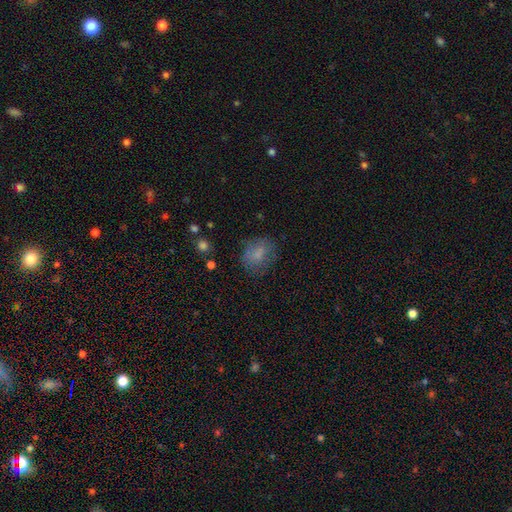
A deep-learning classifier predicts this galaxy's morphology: Overall: smooth (72%). How rounded: round (52%; in between 47%). Merging: none (67%).